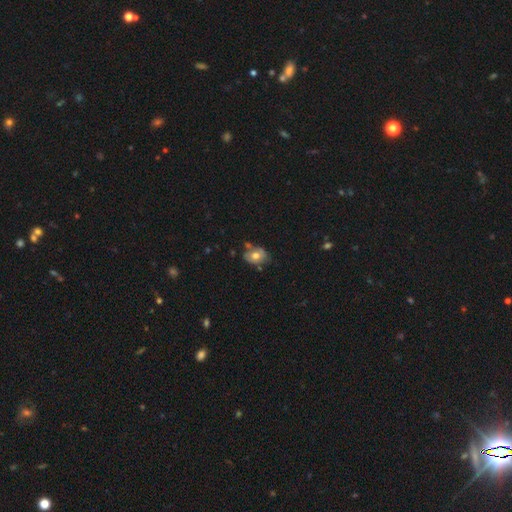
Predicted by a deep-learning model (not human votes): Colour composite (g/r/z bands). It shows a smooth galaxy with no disk features (61%) that is in between round and cigar-shaped (71%). Merging: none (57%).